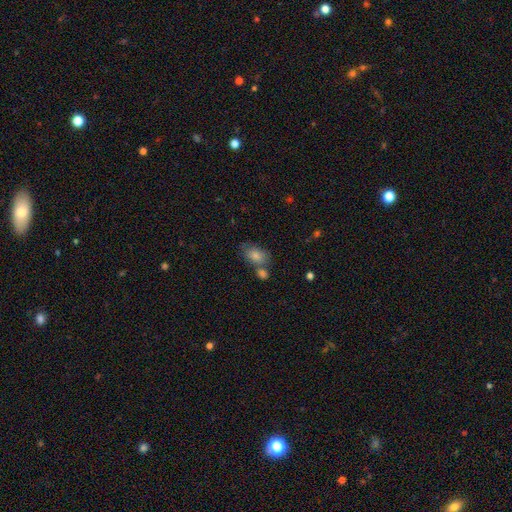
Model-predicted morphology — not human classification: Smooth or featured: smooth — 71% (featured or disk — 15%)
How rounded: in between — 81% (round — 17%)
Merging: none — 58% (merger — 22%)